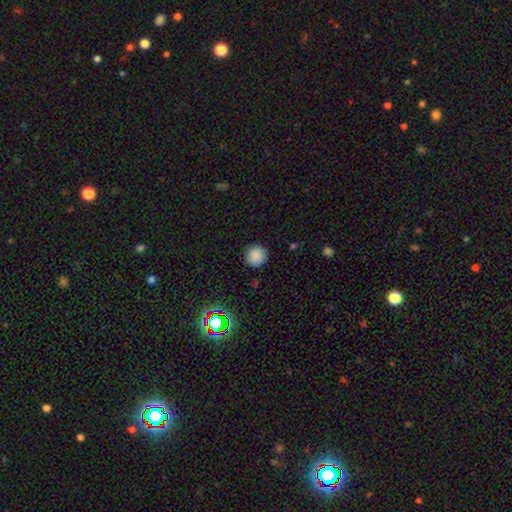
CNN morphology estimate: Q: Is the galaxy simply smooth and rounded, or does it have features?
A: smooth — 85%.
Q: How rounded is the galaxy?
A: round — 95%.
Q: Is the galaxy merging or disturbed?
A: none — 90%.